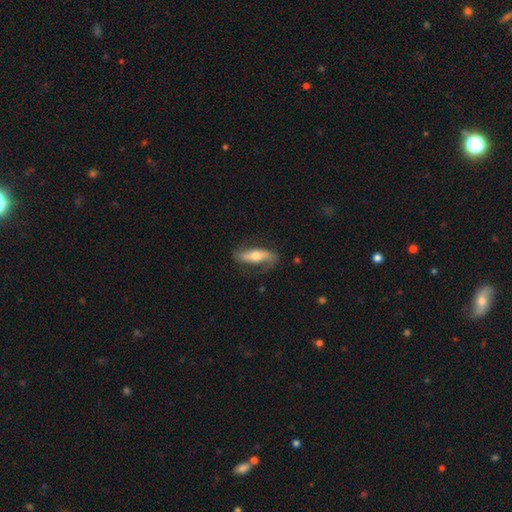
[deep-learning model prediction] Morphology: type=featured or disk (61%); edge-on=no (64%); merging=none (73%).